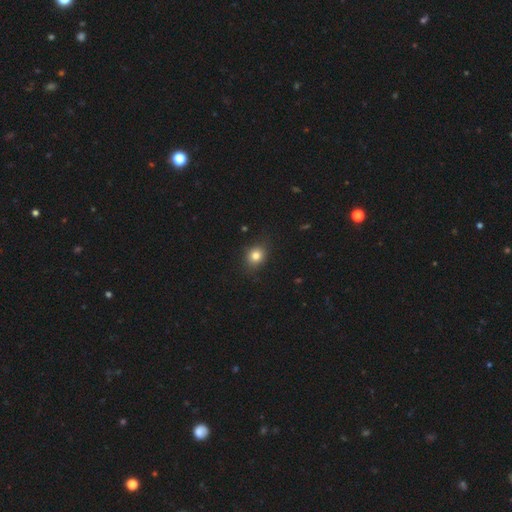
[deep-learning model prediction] Q: Smooth or featured?
A: smooth (81%); runner-up: star or artifact (12%)
Q: How rounded?
A: round (61%); runner-up: in between (38%)
Q: Merging?
A: none (84%); runner-up: minor disturbance (12%)